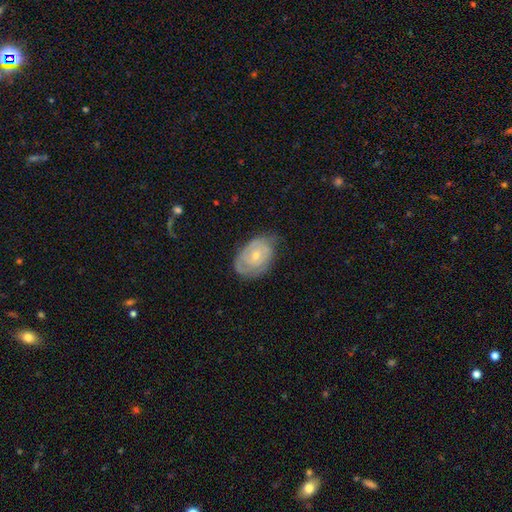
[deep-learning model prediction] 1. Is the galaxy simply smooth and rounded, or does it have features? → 64% featured or disk, 30% smooth, 6% star or artifact.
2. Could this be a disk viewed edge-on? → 96% no, 4% yes.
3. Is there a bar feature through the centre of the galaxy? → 75% no, 21% weak, 4% strong.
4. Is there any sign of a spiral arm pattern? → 74% yes, 26% no.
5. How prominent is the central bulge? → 60% small, 37% moderate, 1% none, 1% large, 1% dominant.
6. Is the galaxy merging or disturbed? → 60% none, 29% minor disturbance, 9% major disturbance, 1% merger.